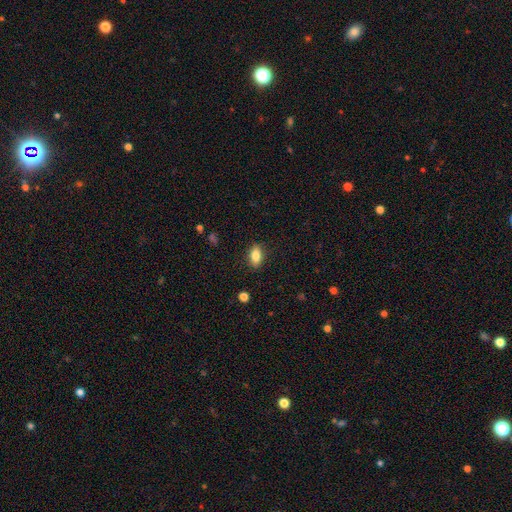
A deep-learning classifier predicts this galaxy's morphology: smooth-or-featured: smooth: 83% | featured or disk: 9% | star or artifact: 8%
  how-rounded: in between: 87% | cigar-shaped: 7% | round: 6%
  merging: none: 87% | minor disturbance: 10% | major disturbance: 2% | merger: 1%